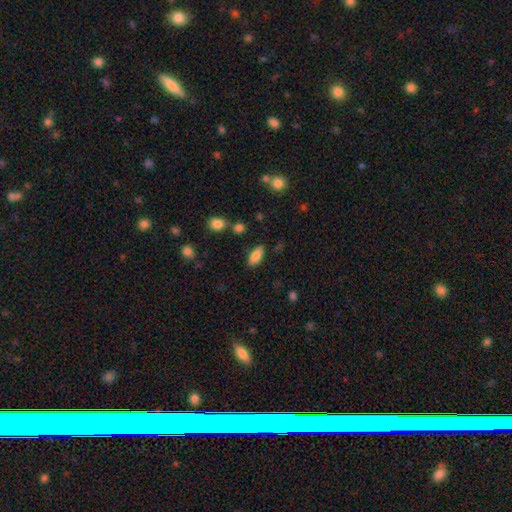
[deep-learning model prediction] Smooth or featured? Predicted: smooth (p=0.81). How rounded? Predicted: in between (p=0.84). Merging? Predicted: none (p=0.84).